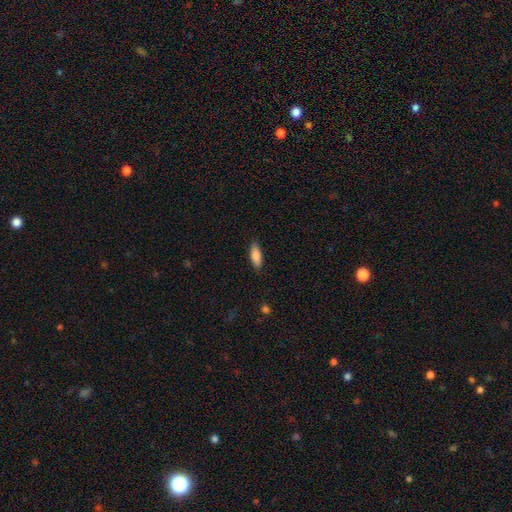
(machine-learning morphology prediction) This is clearly a smooth galaxy (82%). How rounded: likely in between (61%). Merging: clearly none (87%).